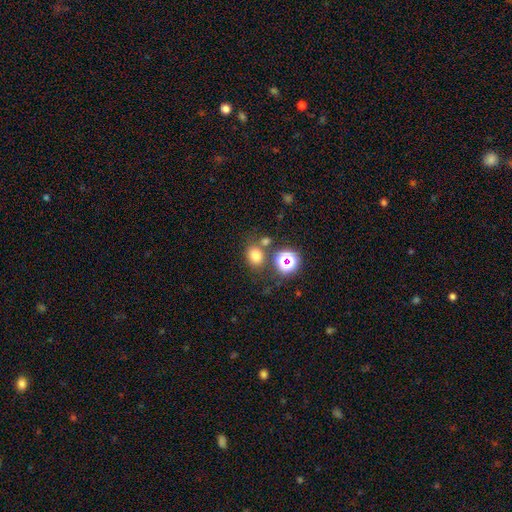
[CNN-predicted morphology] The model was most divided on "how rounded": round: 57%, in between: 42%, cigar-shaped: 1%. More confident: smooth or featured — smooth (73%); merging — none (69%).